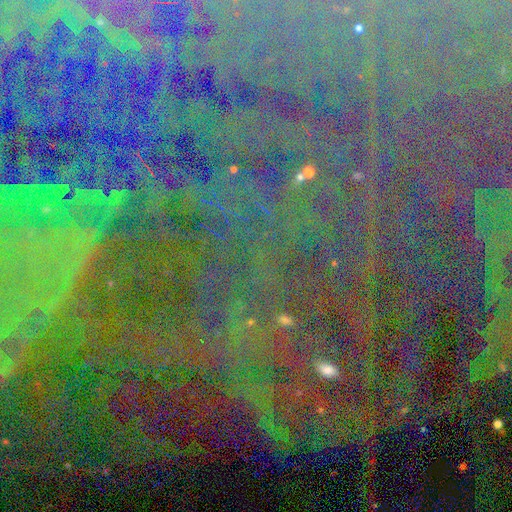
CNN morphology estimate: star or artifact 84%, smooth 8%, featured or disk 8%.